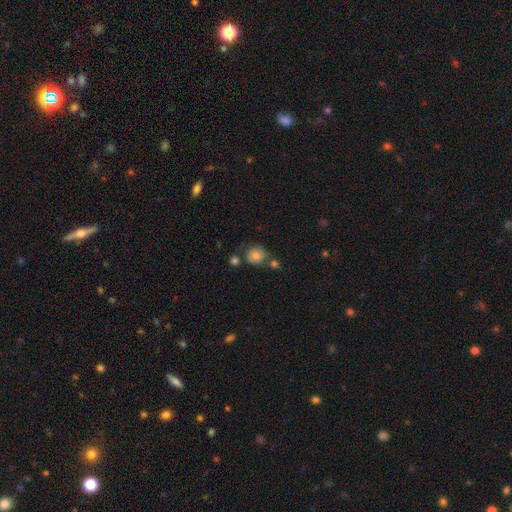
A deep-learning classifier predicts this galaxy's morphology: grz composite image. It shows a smooth galaxy with no disk features (76%) that is round (82%). Merging: none (57%).